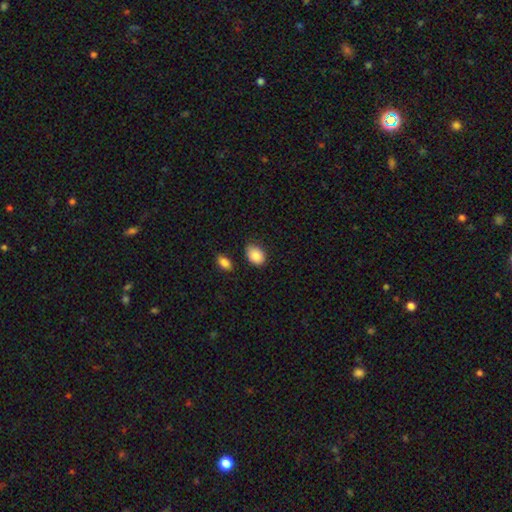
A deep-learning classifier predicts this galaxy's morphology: Overall: smooth (88%). How rounded: in between (79%). Merging: none (76%).